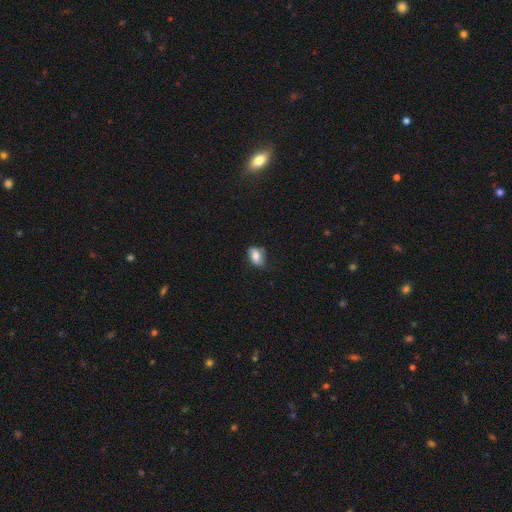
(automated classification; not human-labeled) Smooth or featured?
  - smooth: 80% *
  - featured or disk: 11%
  - star or artifact: 8%
How rounded?
  - in between: 86% *
  - round: 12%
  - cigar-shaped: 2%
Merging?
  - none: 61% *
  - minor disturbance: 31%
  - major disturbance: 7%
  - merger: 2%